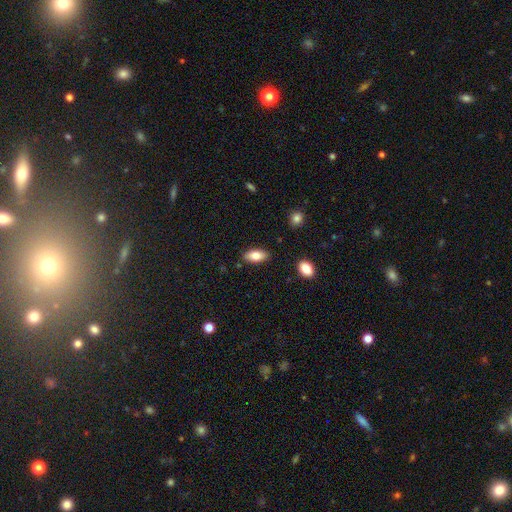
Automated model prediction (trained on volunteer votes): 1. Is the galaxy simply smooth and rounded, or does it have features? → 81% smooth, 12% featured or disk, 7% star or artifact.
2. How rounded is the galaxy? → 90% in between, 8% cigar-shaped, 3% round.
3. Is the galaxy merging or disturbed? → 86% none, 10% minor disturbance, 2% major disturbance, 2% merger.